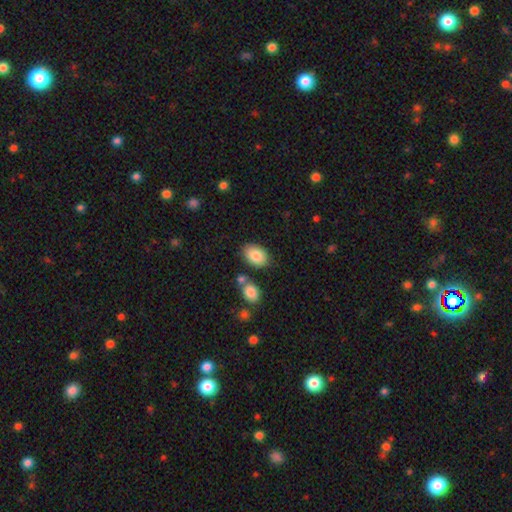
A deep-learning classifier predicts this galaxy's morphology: The model was most divided on "merging": none: 78%, minor disturbance: 11%, merger: 8%, major disturbance: 3%. More confident: how rounded — in between (87%); smooth or featured — smooth (85%).